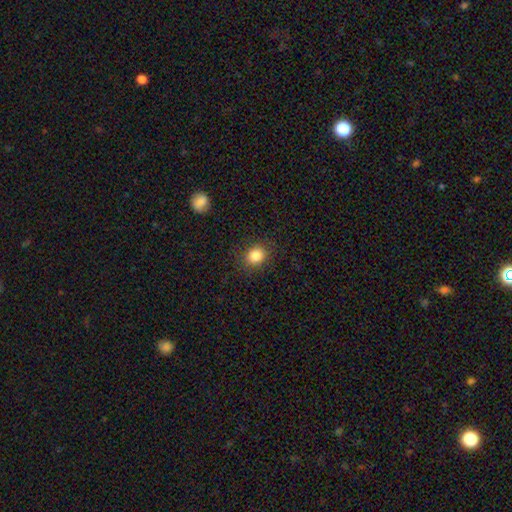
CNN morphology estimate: smooth 85%, star or artifact 10%, featured or disk 5%. Down the decision tree: how rounded — round (65%); merging — none (87%).